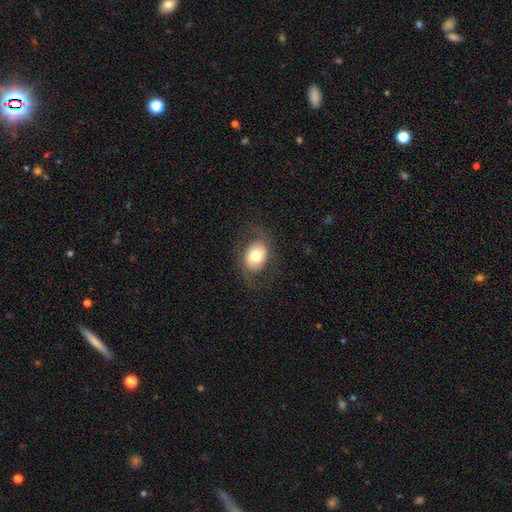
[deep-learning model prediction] Smooth or featured: smooth — 66% (featured or disk — 26%)
How rounded: in between — 65% (round — 34%)
Merging: none — 74% (minor disturbance — 15%)